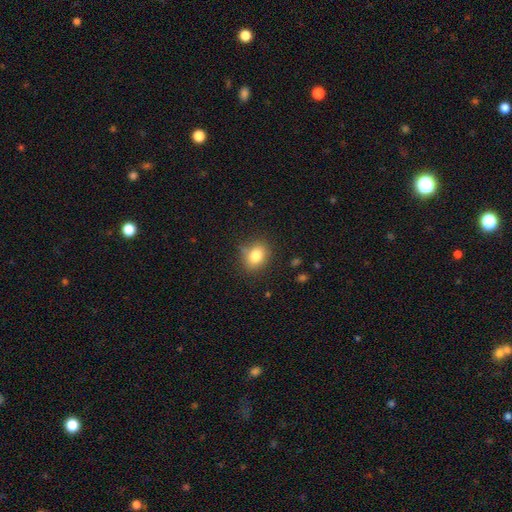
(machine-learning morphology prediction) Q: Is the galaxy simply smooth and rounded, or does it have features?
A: smooth — 81%.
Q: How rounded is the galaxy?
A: in between — 50%.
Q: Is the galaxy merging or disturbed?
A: none — 78%.